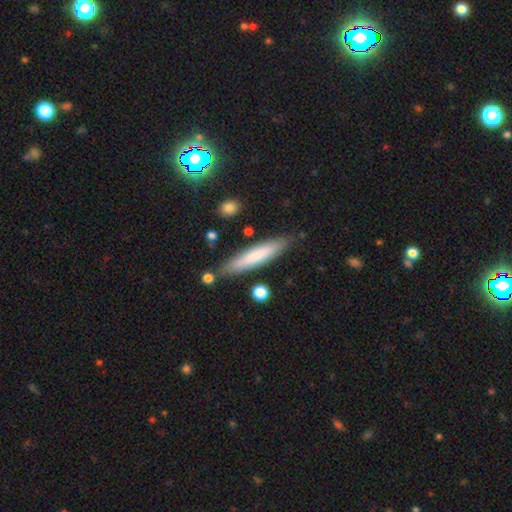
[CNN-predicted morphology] A smooth galaxy with no disk features (71%) that is cigar-shaped (88%).

Vote fractions:
- Smooth or featured? smooth: 71% / featured or disk: 23% / star or artifact: 6%
- How rounded? cigar-shaped: 88% / in between: 11% / round: 1%
- Merging? none: 83% / minor disturbance: 11% / merger: 3% / major disturbance: 2%